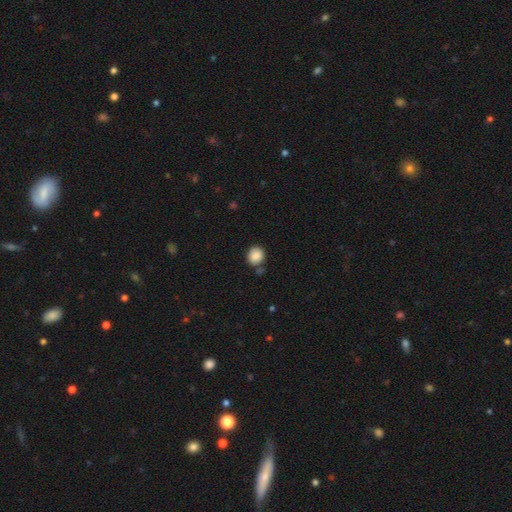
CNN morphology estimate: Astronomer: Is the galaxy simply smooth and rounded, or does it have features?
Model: smooth — 87%.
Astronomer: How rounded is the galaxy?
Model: round — 76%.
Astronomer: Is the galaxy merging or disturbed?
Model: none — 76%.